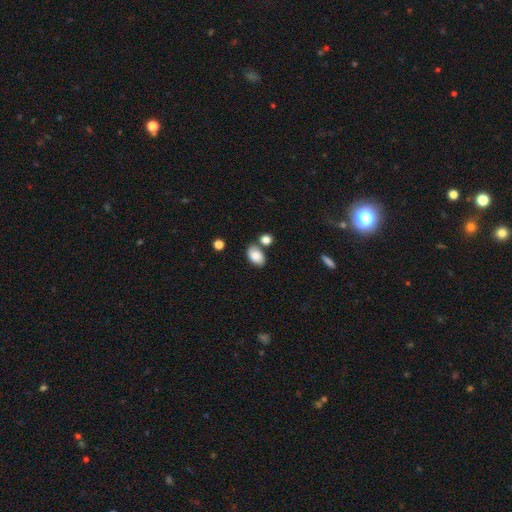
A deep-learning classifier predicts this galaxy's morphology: A smooth galaxy with no disk features (83%) that is in between round and cigar-shaped (88%). Merging: none (62%).